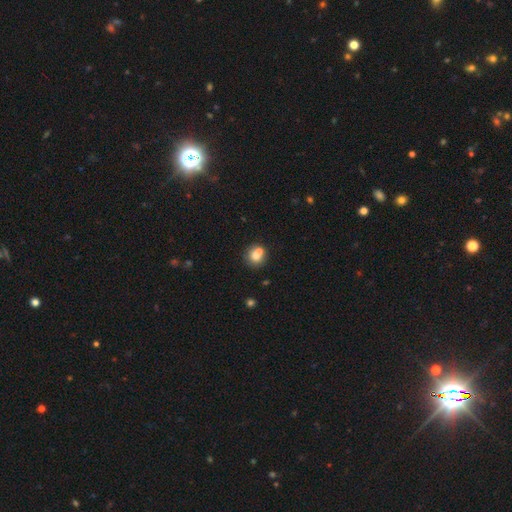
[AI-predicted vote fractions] Smooth or featured? Predicted: smooth (p=0.71). How rounded? Predicted: round (p=0.82). Merging? Predicted: none (p=0.46).